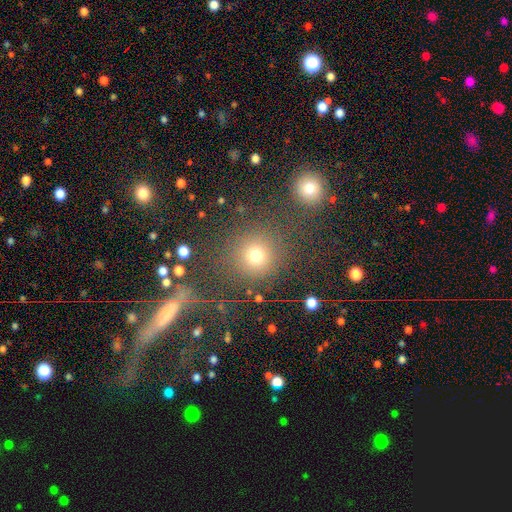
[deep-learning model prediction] The model was most divided on "smooth or featured": smooth: 71%, star or artifact: 21%, featured or disk: 8%. More confident: how rounded — round (89%); merging — none (78%).